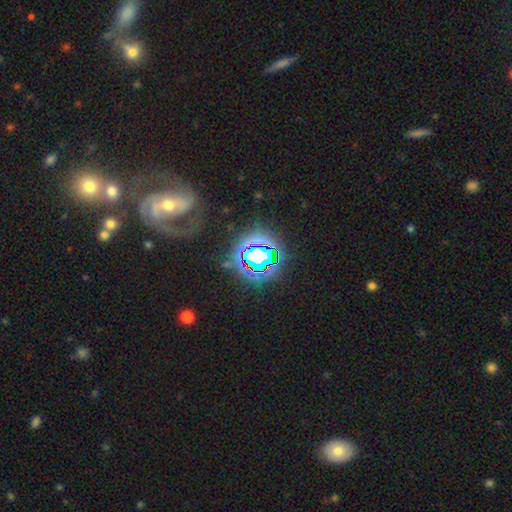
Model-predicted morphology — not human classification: type=star or artifact (73%).